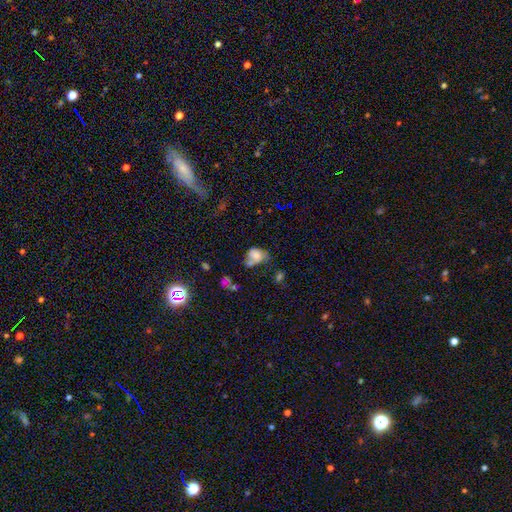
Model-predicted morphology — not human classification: smooth_or_featured: smooth (p=0.66) [alt: featured or disk p=0.22]
how_rounded: in between (p=0.62) [alt: round p=0.36]
merging: merger (p=0.31) [alt: none p=0.28]